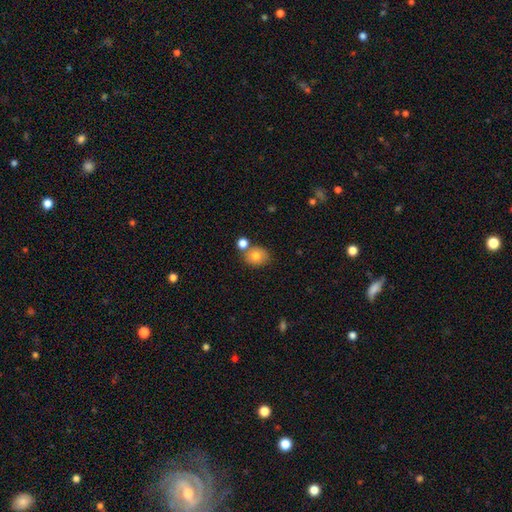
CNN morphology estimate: Smooth or featured?
  - smooth: 78% *
  - featured or disk: 12%
  - star or artifact: 10%
How rounded?
  - round: 69% *
  - in between: 31%
  - cigar-shaped: 1%
Merging?
  - none: 64% *
  - merger: 22%
  - minor disturbance: 11%
  - major disturbance: 3%